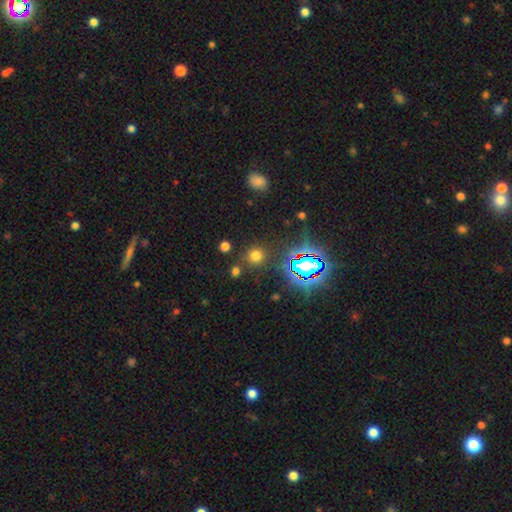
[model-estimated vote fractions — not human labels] Smooth or featured? Predicted: smooth (p=0.63). How rounded? Predicted: round (p=0.90). Merging? Predicted: none (p=0.80).